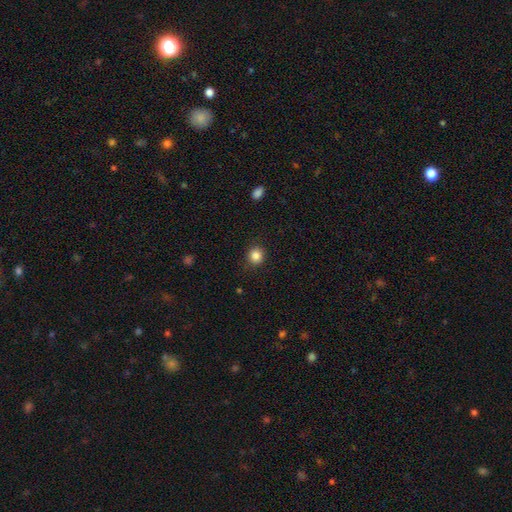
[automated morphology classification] Smooth or featured? Predicted: smooth (p=0.85). How rounded? Predicted: round (p=0.87). Merging? Predicted: none (p=0.89).